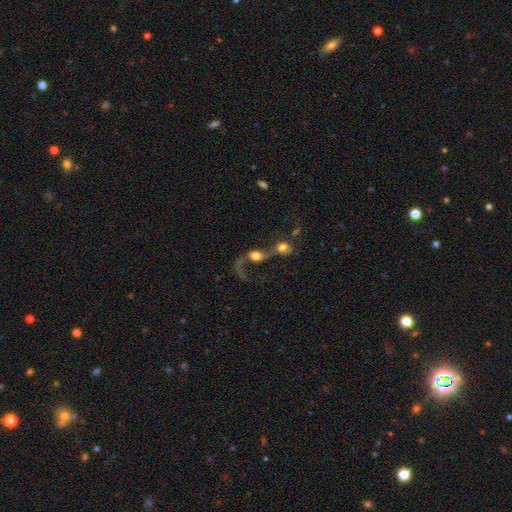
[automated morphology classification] featured or disk 48%, smooth 40%, star or artifact 12%. Down the decision tree: merging — merger (71%).